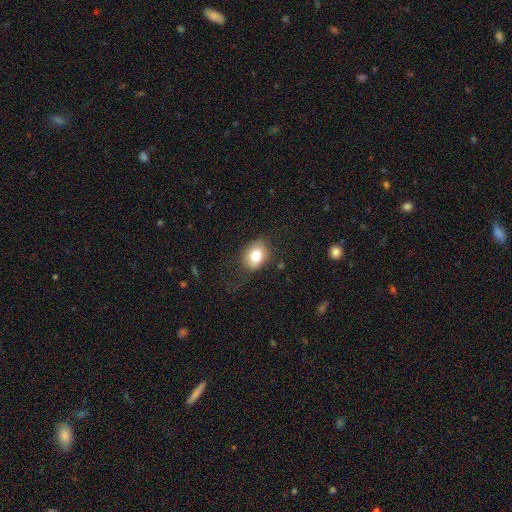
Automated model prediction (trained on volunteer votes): smooth 79%, featured or disk 12%, star or artifact 9%. Down the decision tree: how rounded — in between (56%); merging — none (73%).